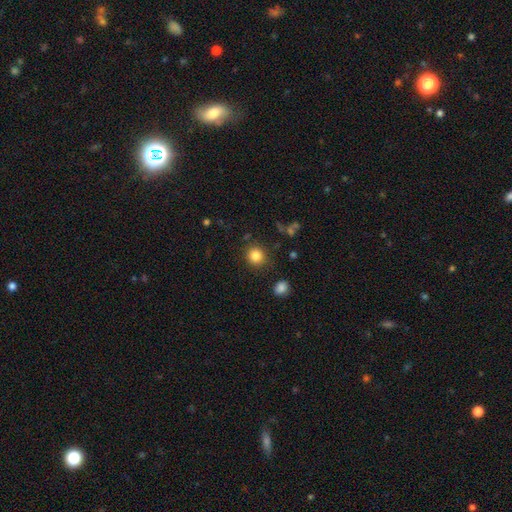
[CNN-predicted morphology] Smooth or featured? Predicted: smooth (p=0.83). How rounded? Predicted: round (p=0.90). Merging? Predicted: none (p=0.86).